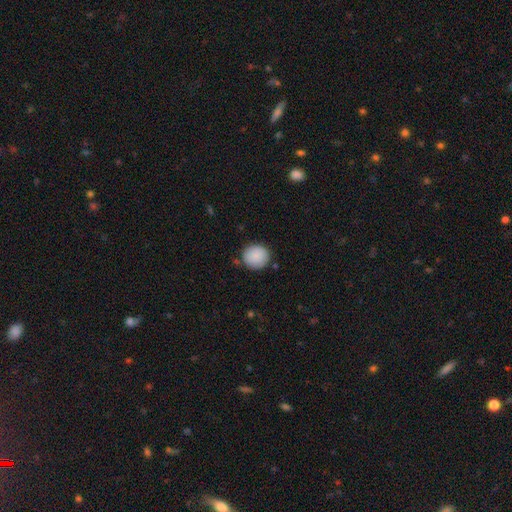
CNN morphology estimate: Smooth or featured? smooth (89%)
How rounded? round (89%)
Merging? none (84%)